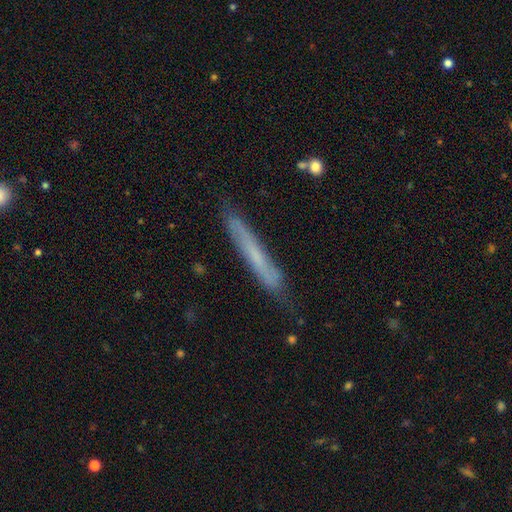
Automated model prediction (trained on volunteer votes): smooth_or_featured: smooth (p=0.49) [alt: featured or disk p=0.44]
merging: none (p=0.75) [alt: minor disturbance p=0.19]